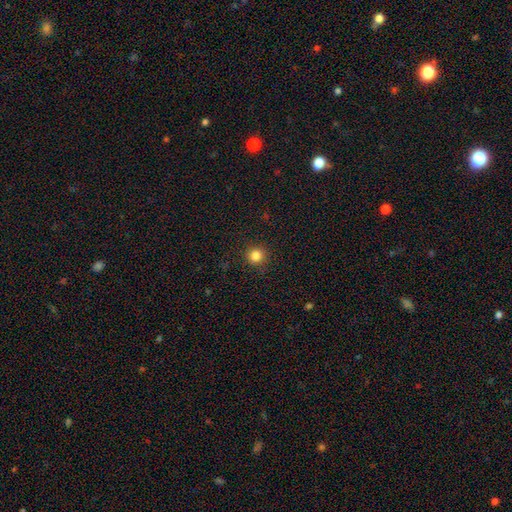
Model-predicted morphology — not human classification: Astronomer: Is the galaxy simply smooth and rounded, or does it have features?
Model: smooth — 84%.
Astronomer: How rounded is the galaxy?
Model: round — 94%.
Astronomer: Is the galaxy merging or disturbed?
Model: none — 91%.